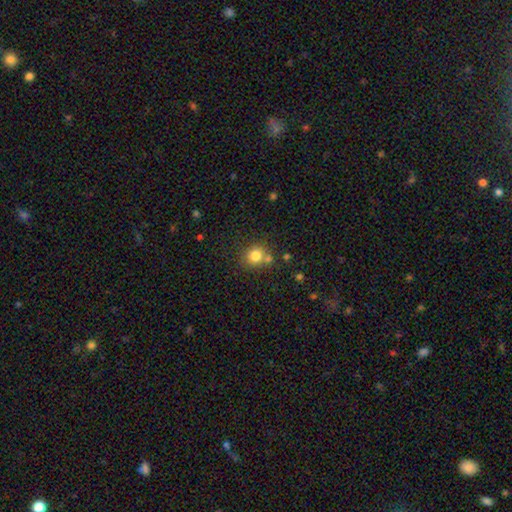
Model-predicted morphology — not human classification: Overall: smooth (80%). How rounded: round (82%). Merging: none (67%).